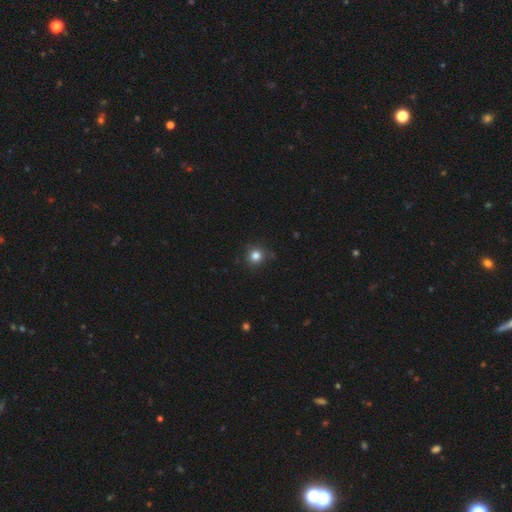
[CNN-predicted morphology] A smooth galaxy with no disk features (82%) that is round (92%).

Vote fractions:
- Smooth or featured? smooth: 82% / star or artifact: 13% / featured or disk: 5%
- How rounded? round: 92% / in between: 7% / cigar-shaped: 1%
- Merging? none: 82% / minor disturbance: 13% / major disturbance: 3% / merger: 2%